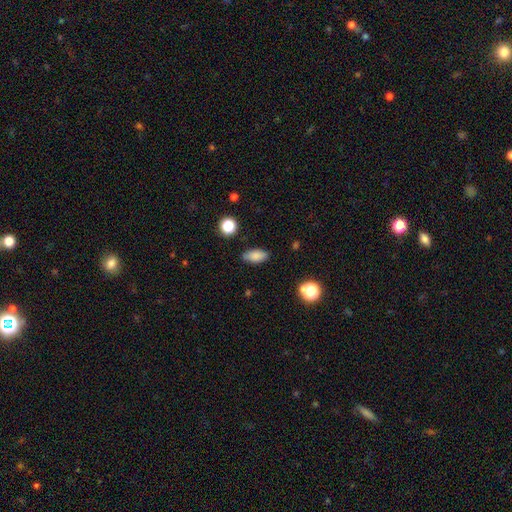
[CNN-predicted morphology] smooth 84%, star or artifact 9%, featured or disk 7%. Down the decision tree: how rounded — in between (87%); merging — none (84%).